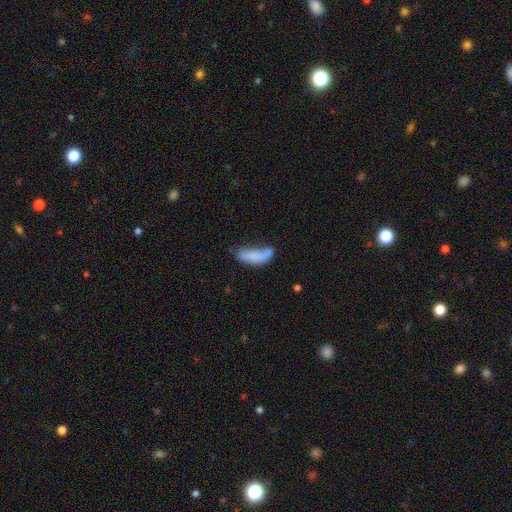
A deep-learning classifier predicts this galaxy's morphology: Smooth or featured? smooth (74%)
How rounded? in between (62%)
Merging? none (32%)